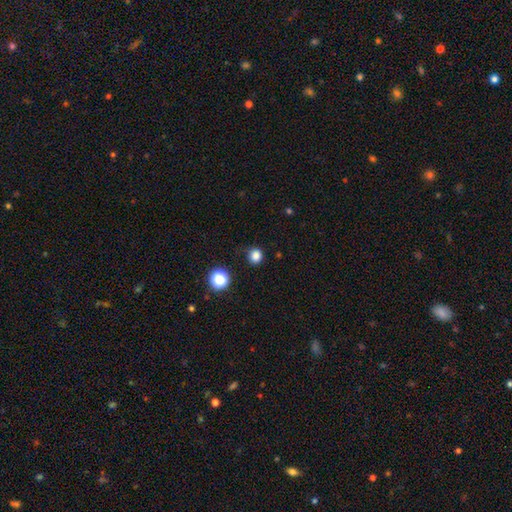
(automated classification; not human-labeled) Smooth or featured?
  - smooth: 82% *
  - star or artifact: 15%
  - featured or disk: 3%
How rounded?
  - round: 90% *
  - in between: 9%
  - cigar-shaped: 1%
Merging?
  - none: 86% *
  - minor disturbance: 9%
  - major disturbance: 3%
  - merger: 2%